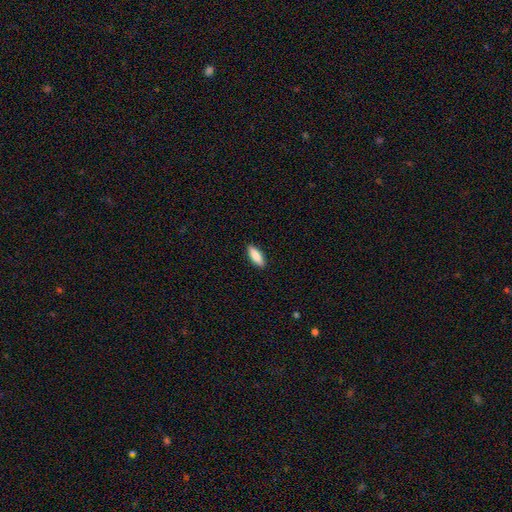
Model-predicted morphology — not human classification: Smooth or featured?
  - smooth: 85% *
  - featured or disk: 9%
  - star or artifact: 6%
How rounded?
  - in between: 54% *
  - cigar-shaped: 44%
  - round: 2%
Merging?
  - none: 90% *
  - minor disturbance: 7%
  - major disturbance: 2%
  - merger: 1%